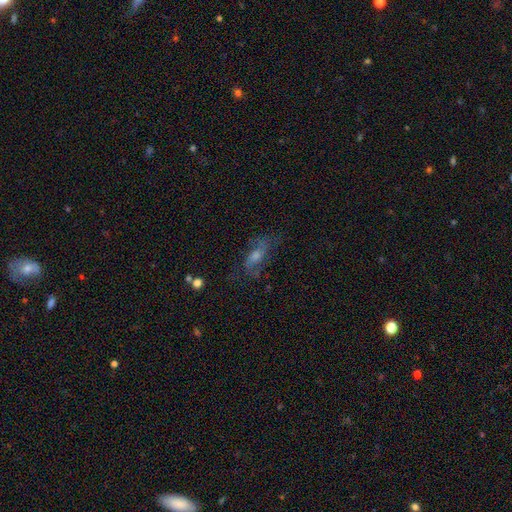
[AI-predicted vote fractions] Smooth or featured: featured or disk — 57% (smooth — 25%)
Edge-on disk: no — 85% (yes — 15%)
Merging: none — 64% (minor disturbance — 20%)